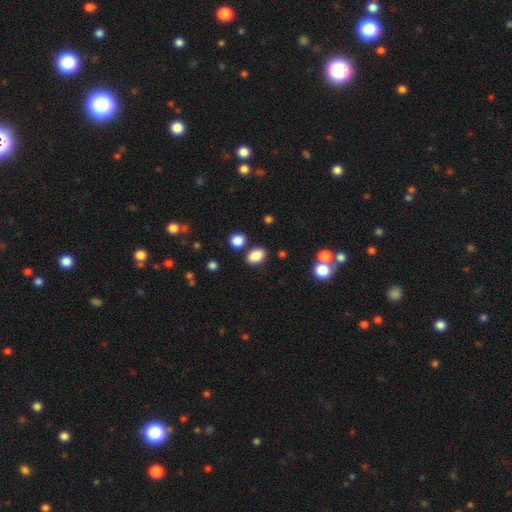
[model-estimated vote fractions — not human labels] Smooth or featured: smooth — 86% (star or artifact — 10%)
How rounded: in between — 78% (round — 21%)
Merging: none — 79% (minor disturbance — 10%)